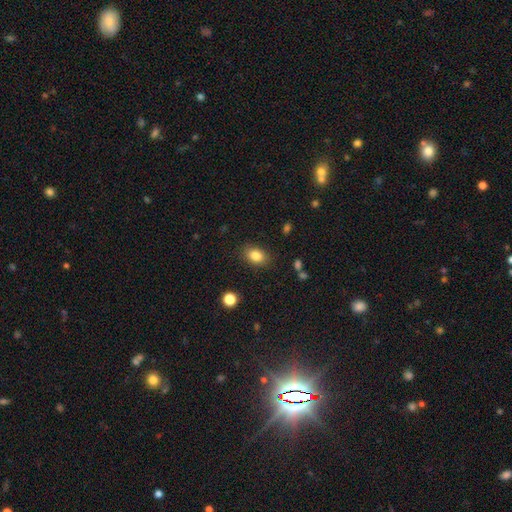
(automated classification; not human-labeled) A smooth galaxy with no disk features (84%) that is in between round and cigar-shaped (75%). Merging: none (86%).